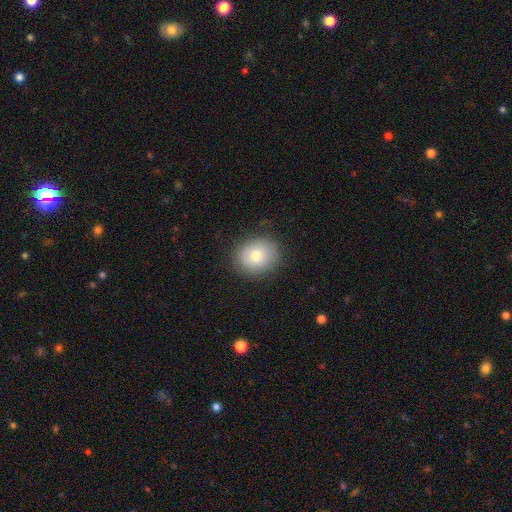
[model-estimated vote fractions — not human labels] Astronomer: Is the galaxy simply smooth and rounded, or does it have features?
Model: smooth — 75%.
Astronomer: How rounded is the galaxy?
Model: round — 71%.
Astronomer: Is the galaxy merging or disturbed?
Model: none — 85%.